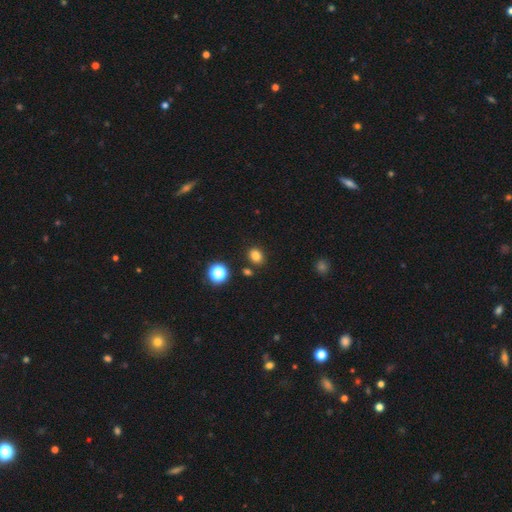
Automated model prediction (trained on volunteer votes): smooth-or-featured: smooth: 81% | star or artifact: 15% | featured or disk: 5%
  how-rounded: in between: 57% | round: 42% | cigar-shaped: 1%
  merging: none: 82% | minor disturbance: 10% | merger: 6% | major disturbance: 3%